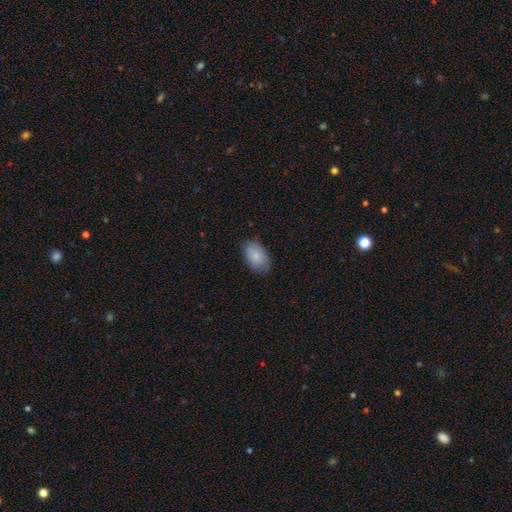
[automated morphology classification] Smooth or featured: smooth — 84% (featured or disk — 10%)
How rounded: in between — 93% (round — 6%)
Merging: none — 77% (minor disturbance — 19%)